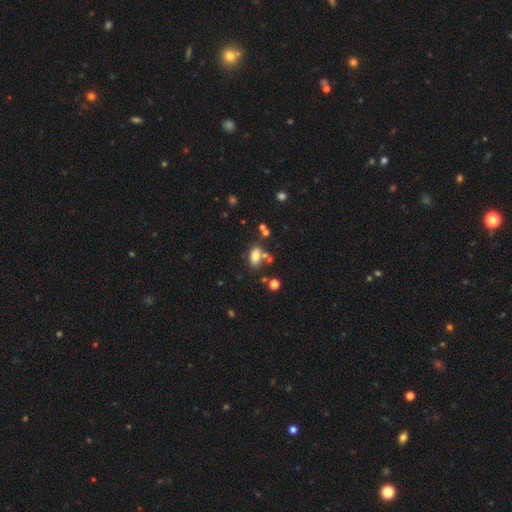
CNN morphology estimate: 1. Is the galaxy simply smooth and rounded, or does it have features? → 77% smooth, 12% star or artifact, 11% featured or disk.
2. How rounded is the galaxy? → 87% in between, 10% round, 3% cigar-shaped.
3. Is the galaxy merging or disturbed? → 57% none, 20% merger, 16% minor disturbance, 6% major disturbance.